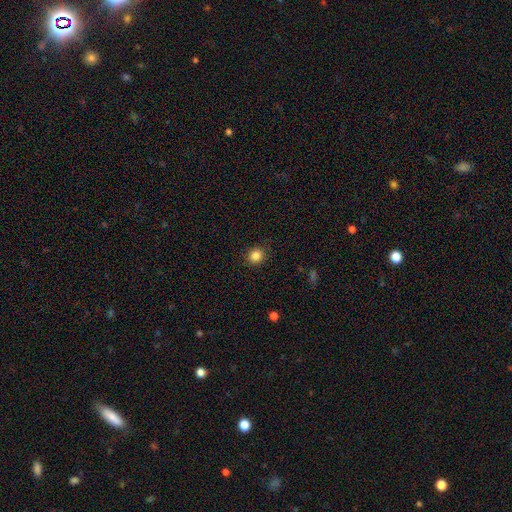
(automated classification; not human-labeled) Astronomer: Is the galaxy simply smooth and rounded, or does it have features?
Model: smooth — 85%.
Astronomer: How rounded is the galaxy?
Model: round — 81%.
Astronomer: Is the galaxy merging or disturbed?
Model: none — 88%.